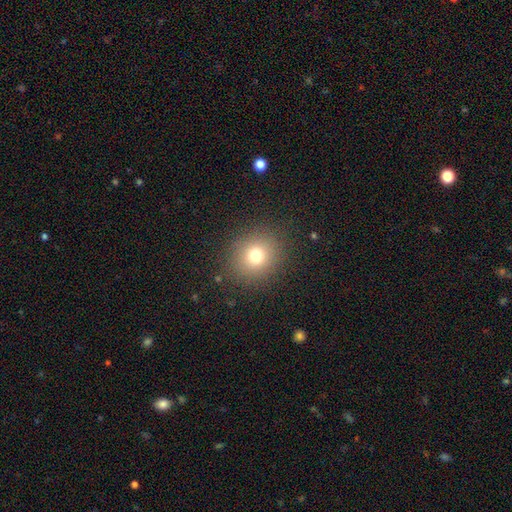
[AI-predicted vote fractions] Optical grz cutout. It shows a smooth galaxy with no disk features (74%) that is round (78%). Merging: none (87%).